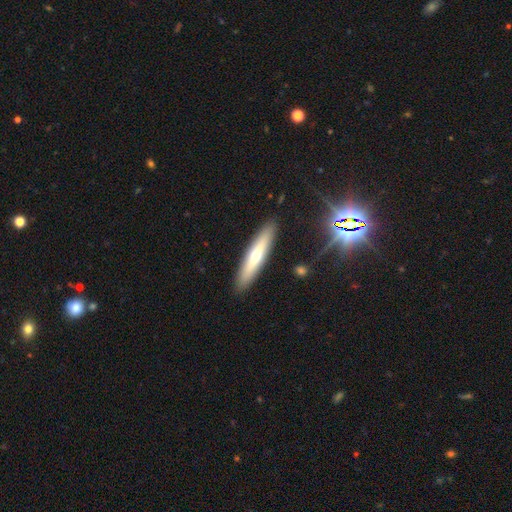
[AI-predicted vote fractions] The model was most divided on "smooth or featured": smooth: 48%, featured or disk: 44%, star or artifact: 8%. More confident: merging — none (90%).